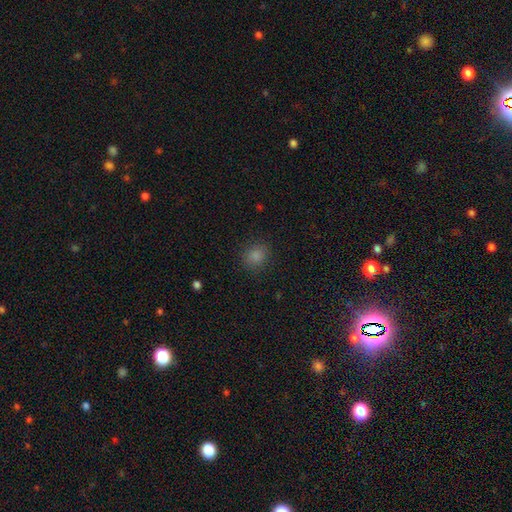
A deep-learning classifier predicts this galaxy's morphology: A smooth galaxy with no disk features (84%) that is round (75%).

Vote fractions:
- Smooth or featured? smooth: 84% / star or artifact: 12% / featured or disk: 4%
- How rounded? round: 75% / in between: 24% / cigar-shaped: 1%
- Merging? none: 86% / minor disturbance: 10% / major disturbance: 3% / merger: 1%